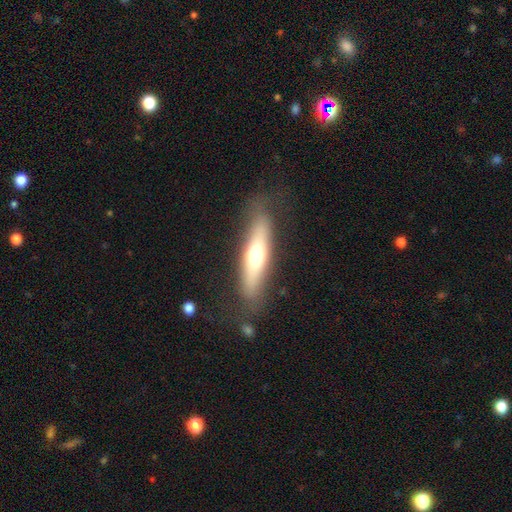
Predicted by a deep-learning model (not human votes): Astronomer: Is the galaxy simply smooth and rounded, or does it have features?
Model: smooth — 53% (runner-up: featured or disk, 41%).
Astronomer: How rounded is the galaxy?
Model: cigar-shaped — 75%.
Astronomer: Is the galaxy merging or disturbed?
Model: none — 77%.